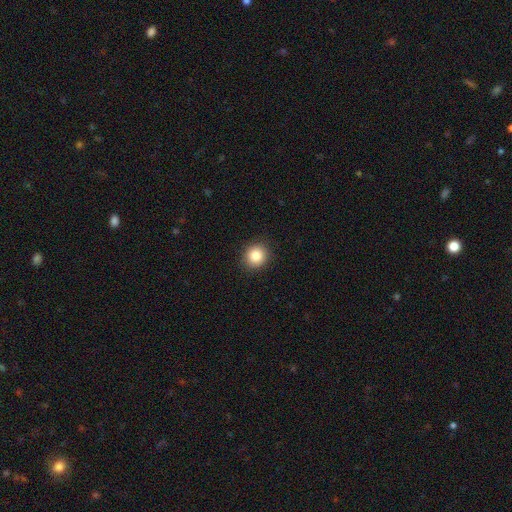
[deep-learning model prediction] A smooth galaxy with no disk features (85%) that is round (87%).

Vote fractions:
- Smooth or featured? smooth: 85% / star or artifact: 10% / featured or disk: 5%
- How rounded? round: 87% / in between: 12% / cigar-shaped: 1%
- Merging? none: 91% / minor disturbance: 7% / major disturbance: 2% / merger: 1%